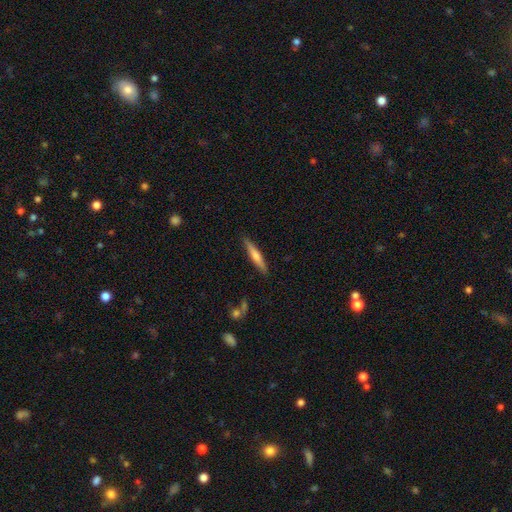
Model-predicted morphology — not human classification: The model was most divided on "smooth or featured": smooth: 57%, featured or disk: 38%, star or artifact: 6%. More confident: how rounded — cigar-shaped (91%); merging — none (88%).